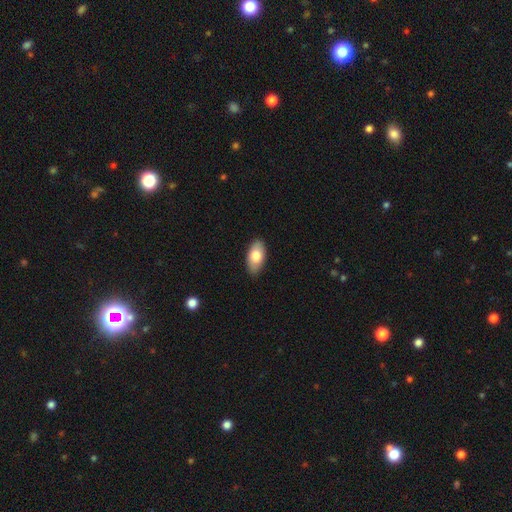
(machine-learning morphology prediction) Smooth or featured?
  - smooth: 78% *
  - featured or disk: 16%
  - star or artifact: 6%
How rounded?
  - in between: 94% *
  - round: 3%
  - cigar-shaped: 3%
Merging?
  - none: 86% *
  - minor disturbance: 11%
  - major disturbance: 2%
  - merger: 1%